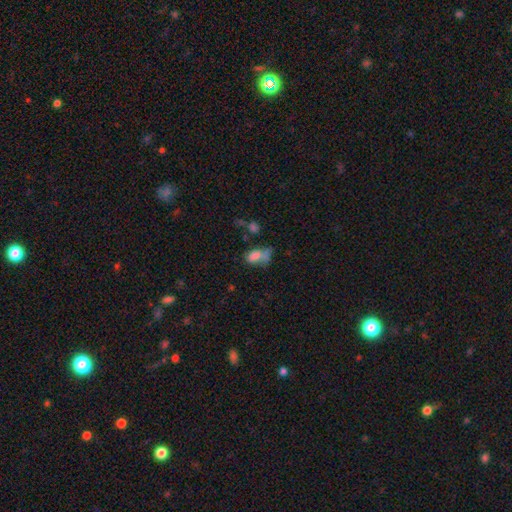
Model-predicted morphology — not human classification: Smooth or featured: smooth — 72% (featured or disk — 15%)
How rounded: in between — 84% (round — 13%)
Merging: merger — 30% (none — 27%)